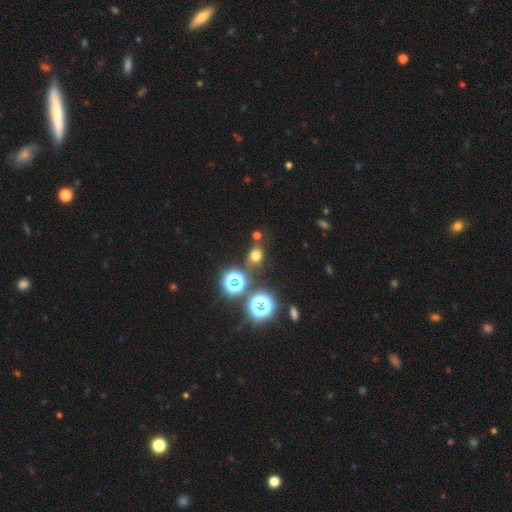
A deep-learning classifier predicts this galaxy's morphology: smooth 63%, star or artifact 30%, featured or disk 8%. Down the decision tree: how rounded — round (71%); merging — none (76%).